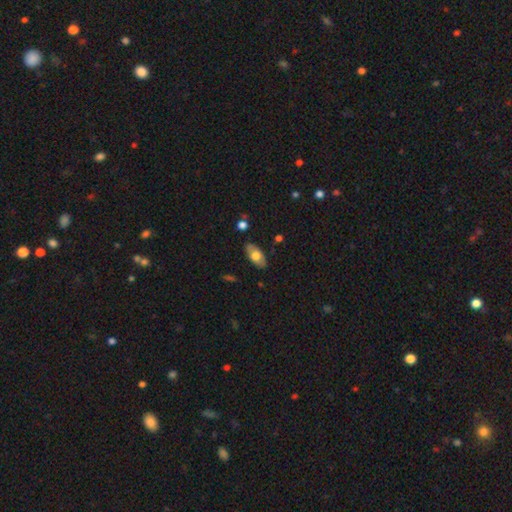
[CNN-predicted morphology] Overall: smooth (62%; featured or disk 32%). How rounded: in between (91%). Merging: none (82%).